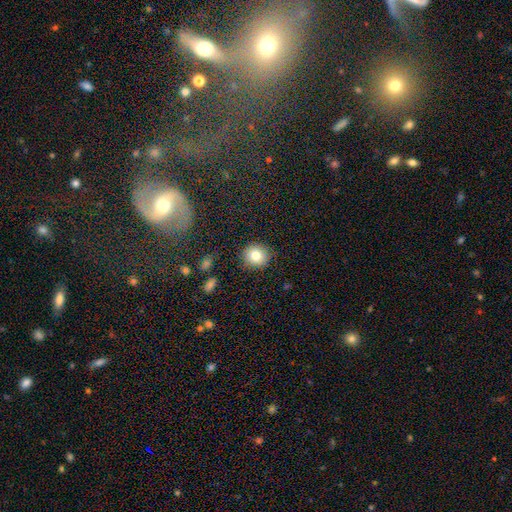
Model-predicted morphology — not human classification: Smooth or featured: smooth — 82% (star or artifact — 10%)
How rounded: round — 90% (in between — 9%)
Merging: none — 89% (minor disturbance — 7%)